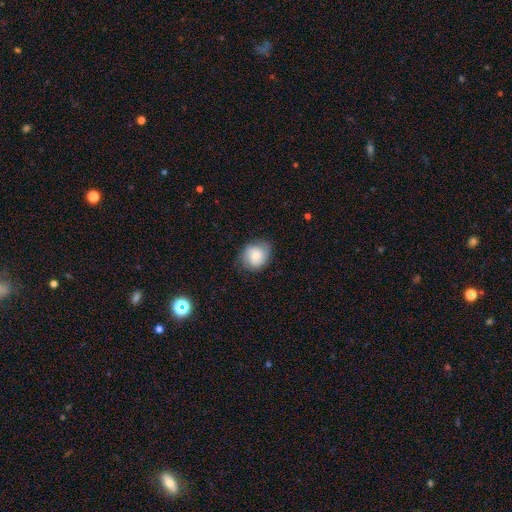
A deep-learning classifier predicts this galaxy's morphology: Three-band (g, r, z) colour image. It shows a smooth galaxy with no disk features (69%) that is round (62%). Merging: none (72%).